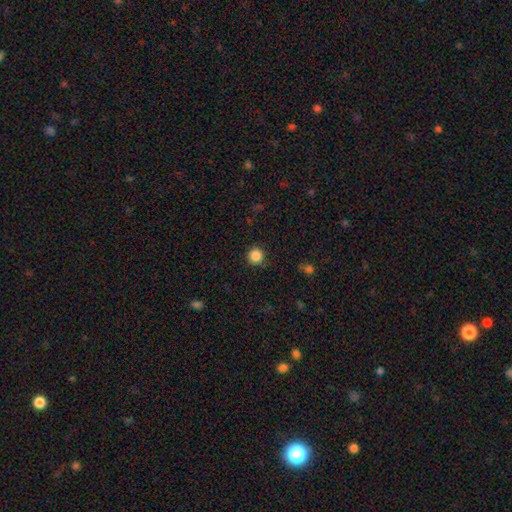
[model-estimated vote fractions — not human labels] Smooth or featured? smooth (86%)
How rounded? round (95%)
Merging? none (88%)